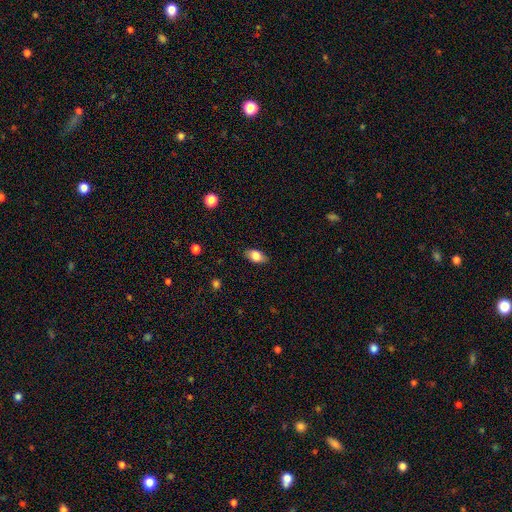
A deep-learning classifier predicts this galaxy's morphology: A smooth galaxy with no disk features (81%) that is in between round and cigar-shaped (89%).

Vote fractions:
- Smooth or featured? smooth: 81% / featured or disk: 12% / star or artifact: 8%
- How rounded? in between: 89% / round: 6% / cigar-shaped: 4%
- Merging? none: 84% / minor disturbance: 12% / major disturbance: 3% / merger: 1%